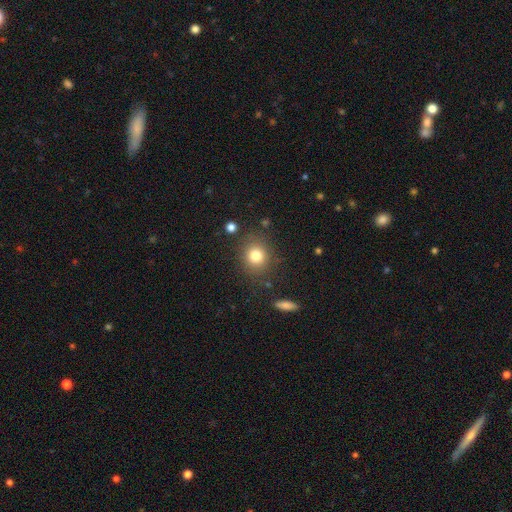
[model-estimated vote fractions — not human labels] A smooth galaxy with no disk features (81%) that is round (80%). Merging: none (83%).